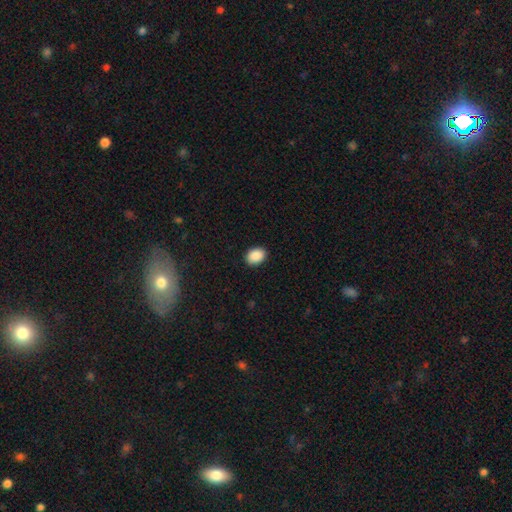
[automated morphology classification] This is clearly a smooth galaxy (89%). How rounded: likely in between (68%). Merging: clearly none (90%).